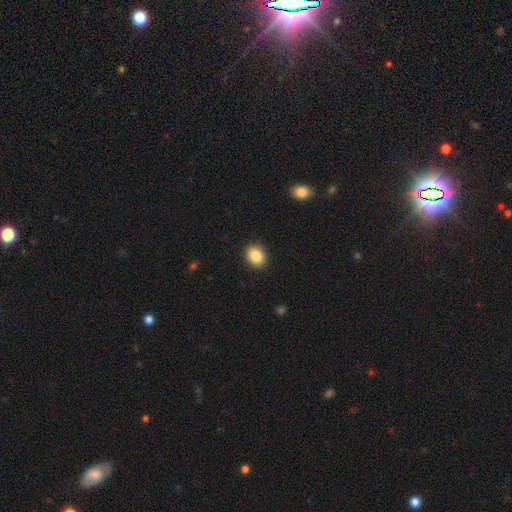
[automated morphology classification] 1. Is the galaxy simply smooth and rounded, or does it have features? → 87% smooth, 8% star or artifact, 4% featured or disk.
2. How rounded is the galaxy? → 58% in between, 41% round, 1% cigar-shaped.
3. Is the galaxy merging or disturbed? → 91% none, 6% minor disturbance, 2% major disturbance, 1% merger.